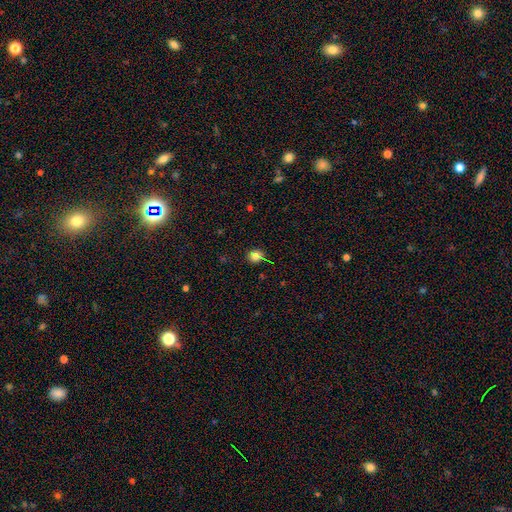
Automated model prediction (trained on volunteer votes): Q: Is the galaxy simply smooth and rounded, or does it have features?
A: smooth — 78%.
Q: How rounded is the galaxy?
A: round — 85%.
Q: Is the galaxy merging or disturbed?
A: none — 78%.